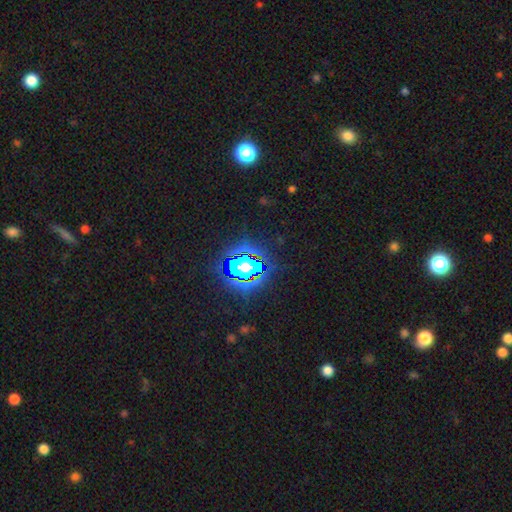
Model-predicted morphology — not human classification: Smooth or featured?
  - star or artifact: 76% *
  - smooth: 14%
  - featured or disk: 10%